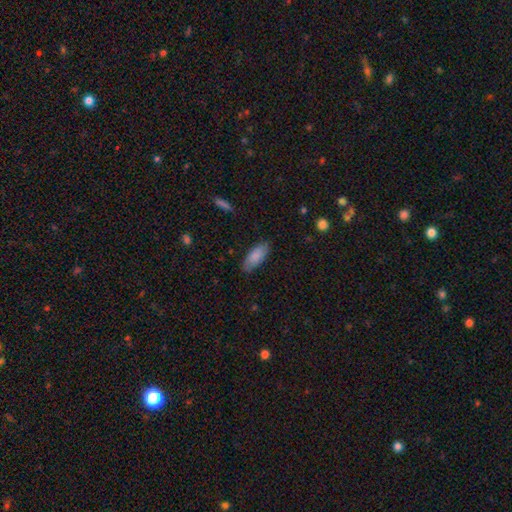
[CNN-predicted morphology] smooth_or_featured: smooth (p=0.85) [alt: featured or disk p=0.09]
how_rounded: in between (p=0.81) [alt: cigar-shaped p=0.18]
merging: none (p=0.82) [alt: minor disturbance p=0.14]